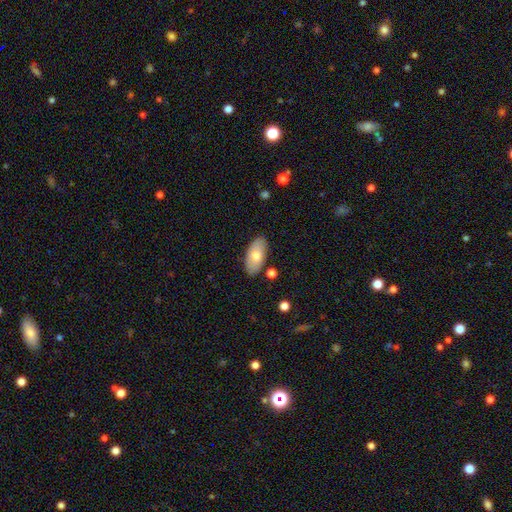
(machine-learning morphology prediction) Smooth or featured? smooth (73%)
How rounded? in between (93%)
Merging? none (83%)